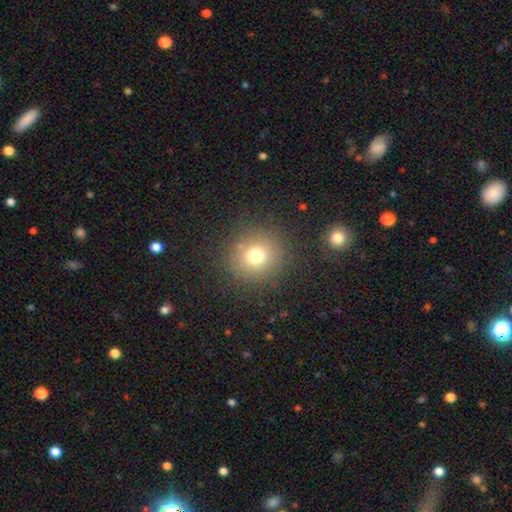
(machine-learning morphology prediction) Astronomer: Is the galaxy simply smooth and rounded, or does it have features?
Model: smooth — 72%.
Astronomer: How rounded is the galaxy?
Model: round — 89%.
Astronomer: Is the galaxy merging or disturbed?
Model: none — 85%.